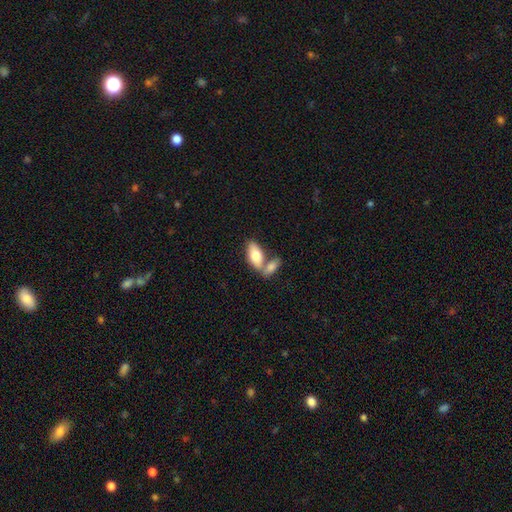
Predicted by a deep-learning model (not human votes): smooth-or-featured: smooth: 75% | featured or disk: 19% | star or artifact: 5%
  how-rounded: in between: 88% | cigar-shaped: 9% | round: 3%
  merging: merger: 49% | none: 38% | minor disturbance: 10% | major disturbance: 3%